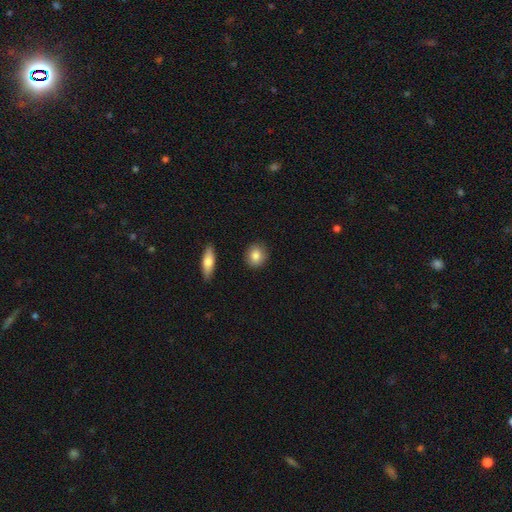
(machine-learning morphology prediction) This is clearly a smooth galaxy (85%). How rounded: likely round (76%). Merging: clearly none (89%).